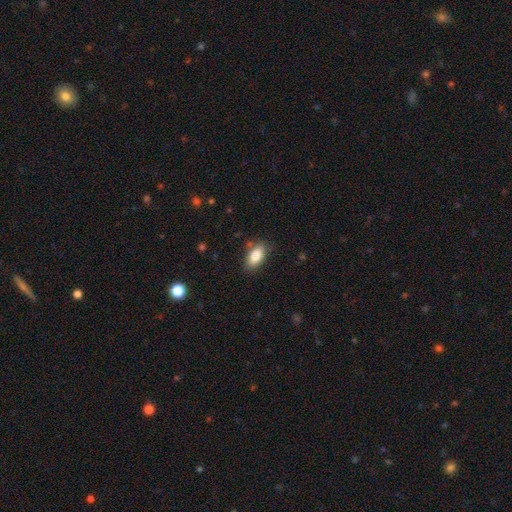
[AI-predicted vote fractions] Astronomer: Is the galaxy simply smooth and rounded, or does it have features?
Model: smooth — 82%.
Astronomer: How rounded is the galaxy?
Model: in between — 88%.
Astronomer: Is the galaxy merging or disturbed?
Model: none — 80%.